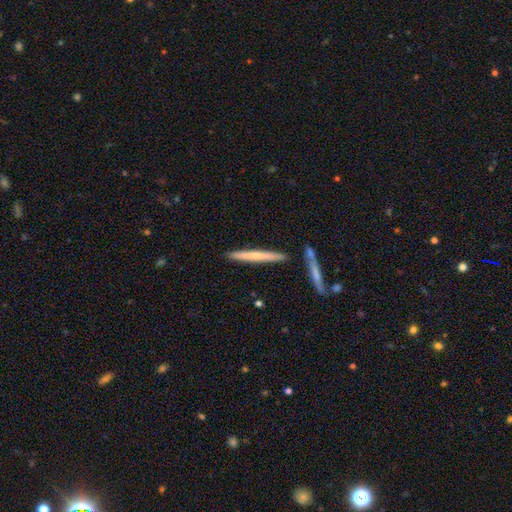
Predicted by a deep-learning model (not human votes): This is possibly a smooth galaxy (54%). How rounded: clearly cigar-shaped (96%). Merging: clearly none (84%).